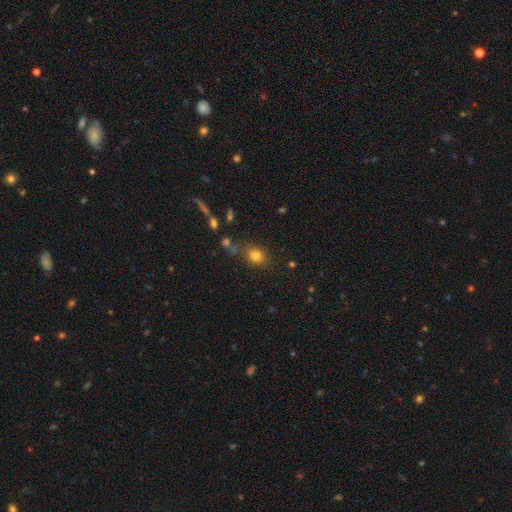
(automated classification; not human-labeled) Smooth or featured? Predicted: smooth (p=0.78). How rounded? Predicted: in between (p=0.53). Merging? Predicted: none (p=0.69).